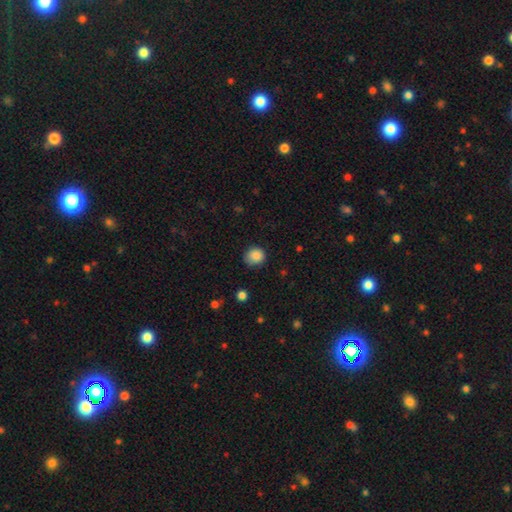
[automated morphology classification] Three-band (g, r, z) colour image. It shows a smooth galaxy with no disk features (87%) that is round (83%). Merging: none (77%).